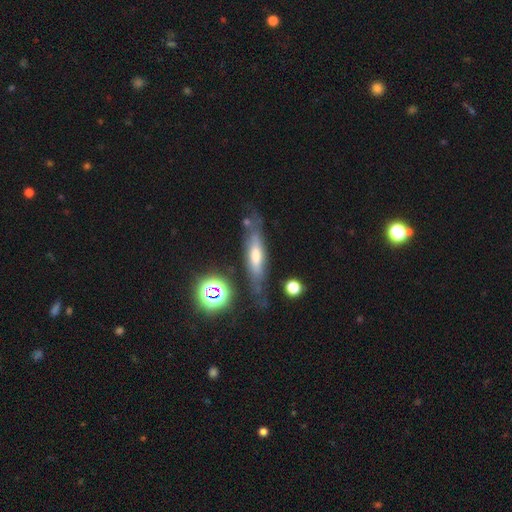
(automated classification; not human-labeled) Smooth or featured: featured or disk — 52% (smooth — 31%)
Edge-on disk: yes — 69% (no — 31%)
Merging: none — 67% (minor disturbance — 20%)